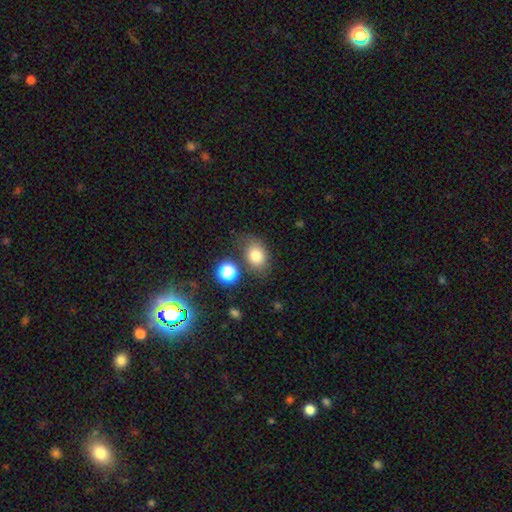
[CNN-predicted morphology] A smooth galaxy with no disk features (79%) that is in between round and cigar-shaped (68%).

Vote fractions:
- Smooth or featured? smooth: 79% / star or artifact: 12% / featured or disk: 9%
- How rounded? in between: 68% / round: 30% / cigar-shaped: 1%
- Merging? none: 69% / minor disturbance: 18% / merger: 7% / major disturbance: 6%